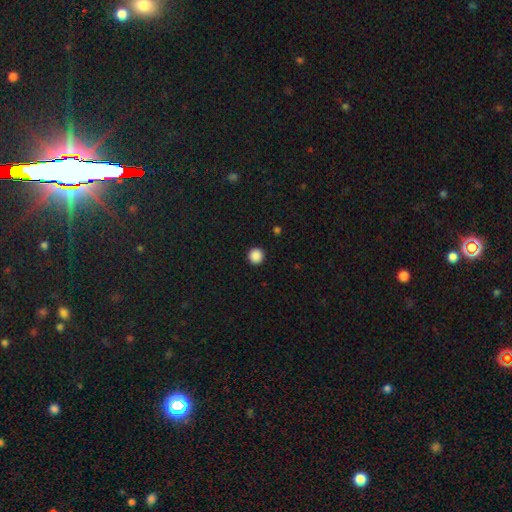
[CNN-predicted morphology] Overall: smooth (88%). How rounded: round (96%). Merging: none (93%).